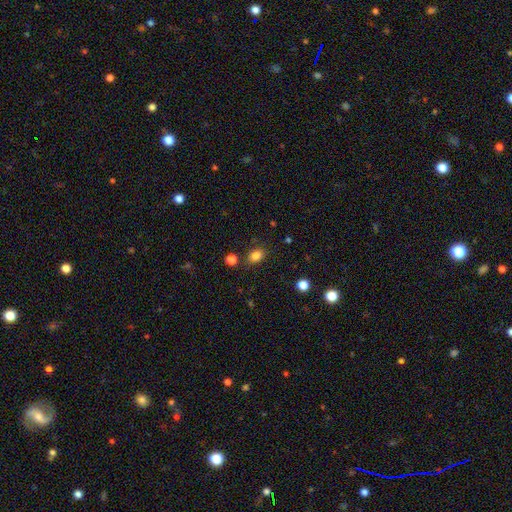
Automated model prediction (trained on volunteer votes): A smooth galaxy with no disk features (83%) that is in between round and cigar-shaped (71%). Merging: none (80%).